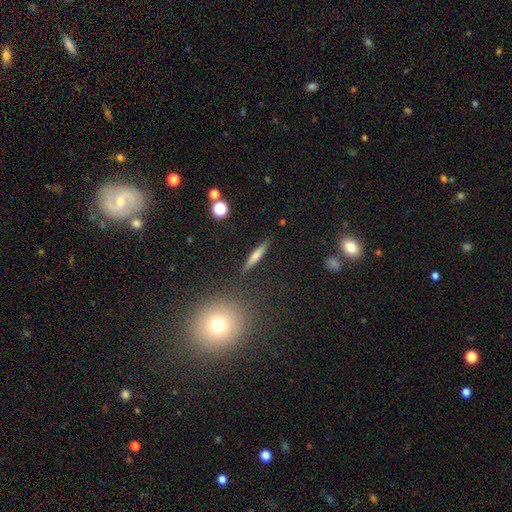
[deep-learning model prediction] The model was most divided on "smooth or featured": smooth: 66%, featured or disk: 26%, star or artifact: 8%. More confident: how rounded — cigar-shaped (89%); merging — none (88%).